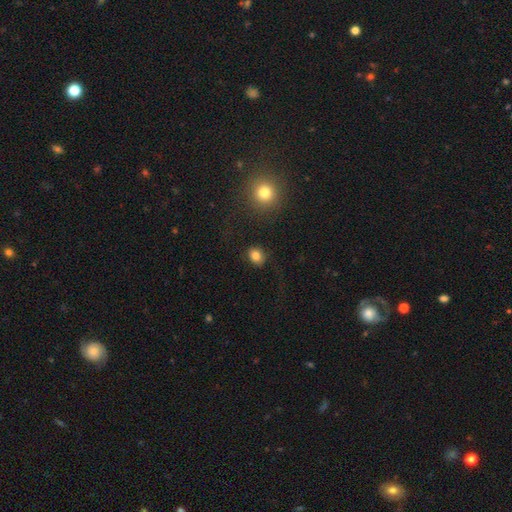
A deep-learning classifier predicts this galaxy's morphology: type=smooth (82%); roundness=round (58%); merging=none (86%).